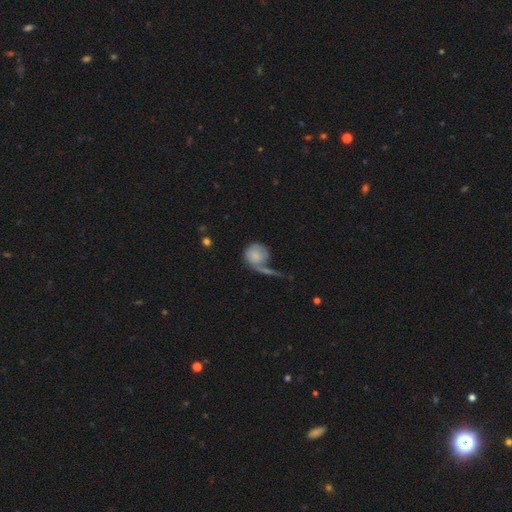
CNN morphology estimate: This is likely a smooth galaxy (65%). How rounded: clearly round (82%). Merging: marginally none (33%).